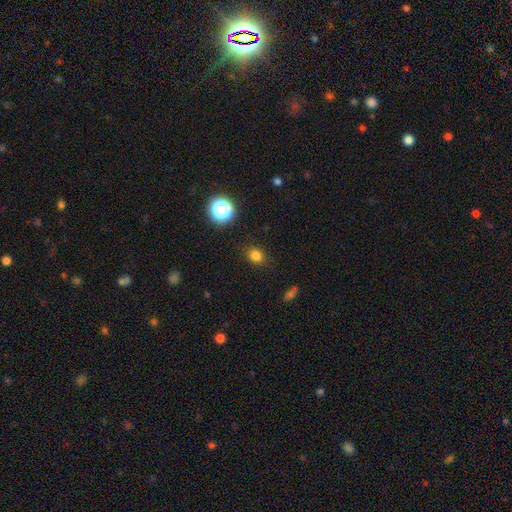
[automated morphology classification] Smooth or featured?
  - smooth: 79% *
  - star or artifact: 16%
  - featured or disk: 5%
How rounded?
  - round: 72% *
  - in between: 27%
  - cigar-shaped: 1%
Merging?
  - none: 87% *
  - minor disturbance: 9%
  - major disturbance: 3%
  - merger: 1%